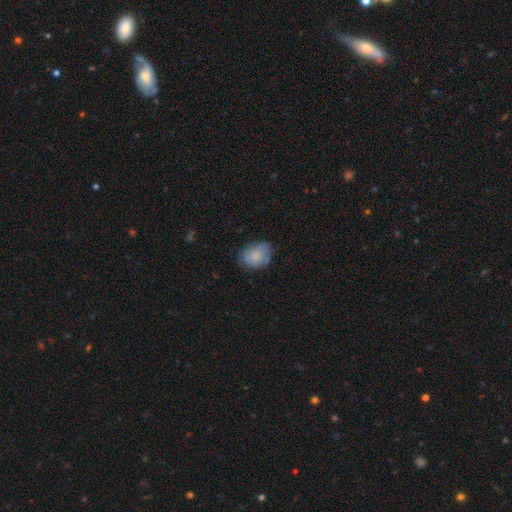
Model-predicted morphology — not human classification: Smooth or featured?
  - smooth: 72% *
  - featured or disk: 21%
  - star or artifact: 7%
How rounded?
  - in between: 63% *
  - round: 36%
  - cigar-shaped: 1%
Merging?
  - none: 67% *
  - minor disturbance: 25%
  - major disturbance: 6%
  - merger: 1%